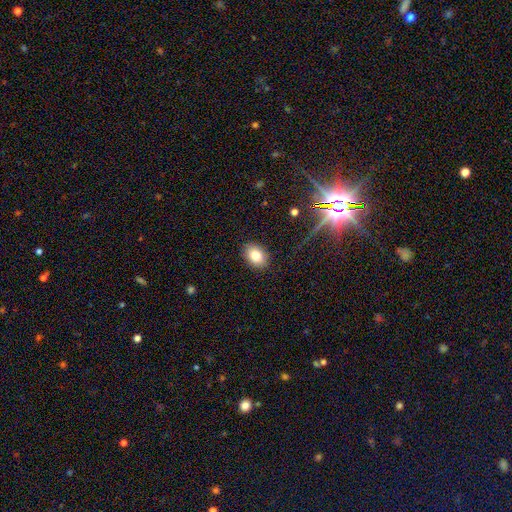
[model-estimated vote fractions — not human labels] smooth-or-featured: smooth: 80% | star or artifact: 11% | featured or disk: 9%
  how-rounded: in between: 74% | round: 25% | cigar-shaped: 1%
  merging: none: 88% | minor disturbance: 9% | major disturbance: 2% | merger: 1%